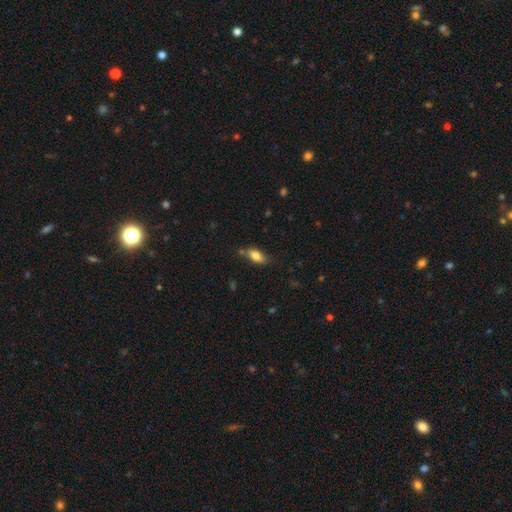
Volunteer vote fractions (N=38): smooth 87%, featured or disk 13%, star or artifact 0%. Down the decision tree: how rounded — in between (97%); merging — none (84%).